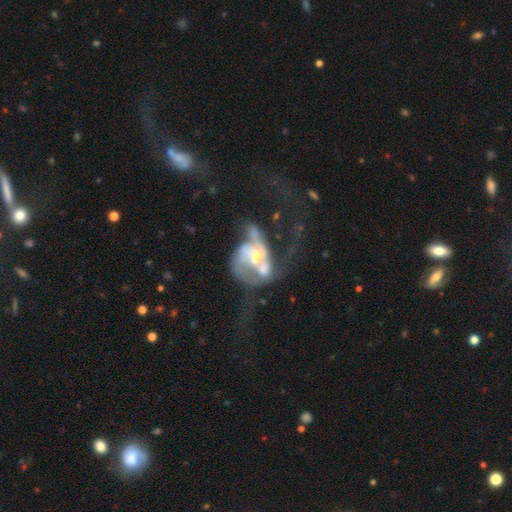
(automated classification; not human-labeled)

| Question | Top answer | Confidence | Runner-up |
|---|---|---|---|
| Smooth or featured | featured or disk | 73% | smooth (17%) |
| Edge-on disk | no | 97% | yes (3%) |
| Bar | no | 69% | weak (24%) |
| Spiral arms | yes | 60% | no (40%) |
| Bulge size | moderate | 49% | small (21%) |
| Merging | merger | 52% | major disturbance (31%) |